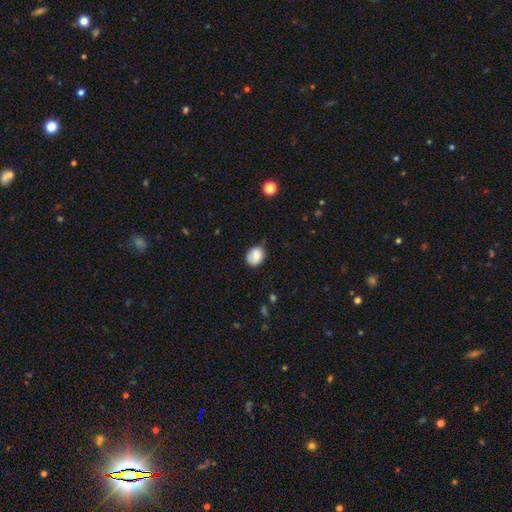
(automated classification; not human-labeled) Smooth or featured? Predicted: smooth (p=0.82). How rounded? Predicted: in between (p=0.58). Merging? Predicted: none (p=0.64).